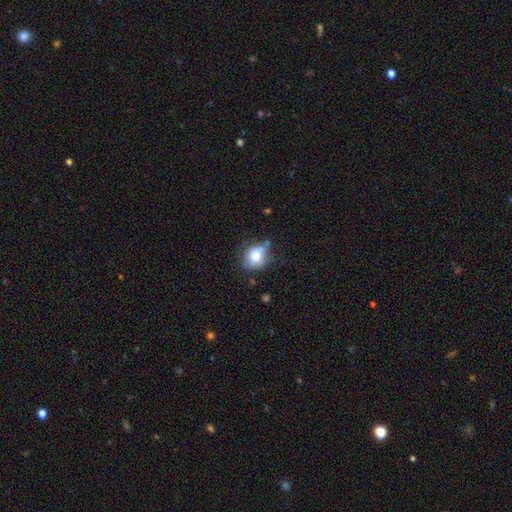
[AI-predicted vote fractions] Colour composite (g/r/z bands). It shows a smooth galaxy with no disk features (74%) that is round (60%). Merging: none (53%).